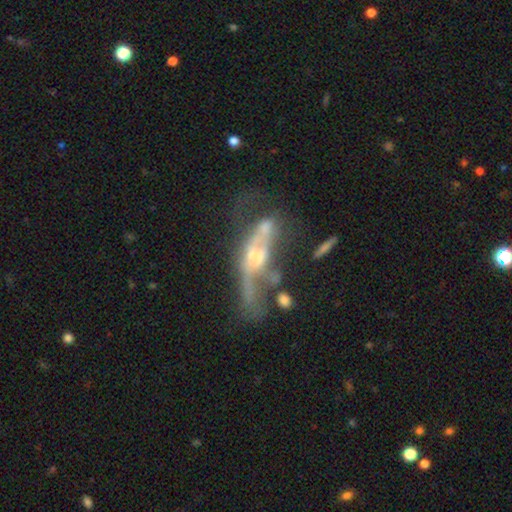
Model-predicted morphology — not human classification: A featured or disk galaxy (69%). Merging: major disturbance (35%).